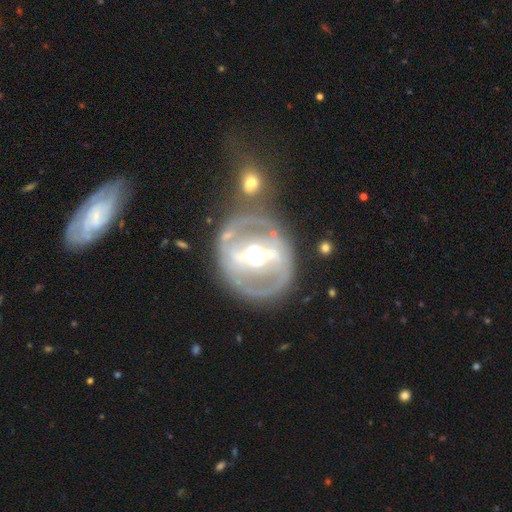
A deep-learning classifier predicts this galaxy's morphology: A featured or disk galaxy (80%) with a strong bar (58%), spiral arms (59%) and a moderate central bulge (67%). Merging: none (70%).